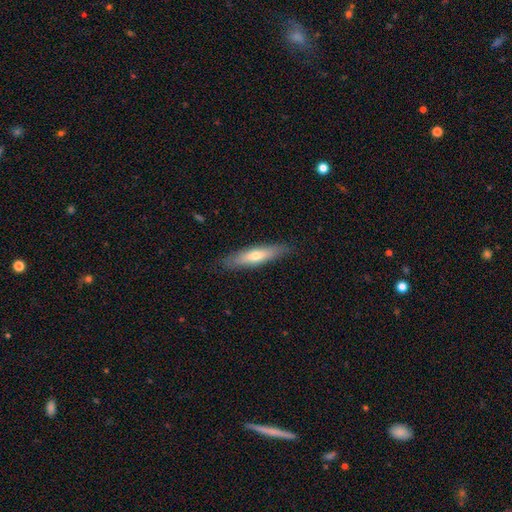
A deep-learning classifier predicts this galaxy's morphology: This is possibly a smooth galaxy (58%). How rounded: likely cigar-shaped (76%). Merging: clearly none (87%).